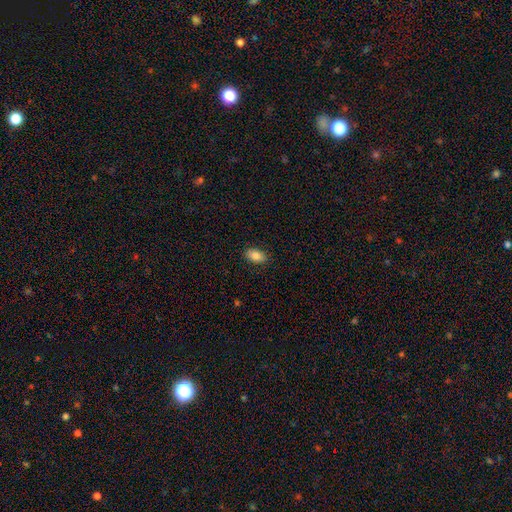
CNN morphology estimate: smooth_or_featured: smooth (p=0.84) [alt: featured or disk p=0.08]
how_rounded: in between (p=0.91) [alt: round p=0.07]
merging: none (p=0.88) [alt: minor disturbance p=0.09]